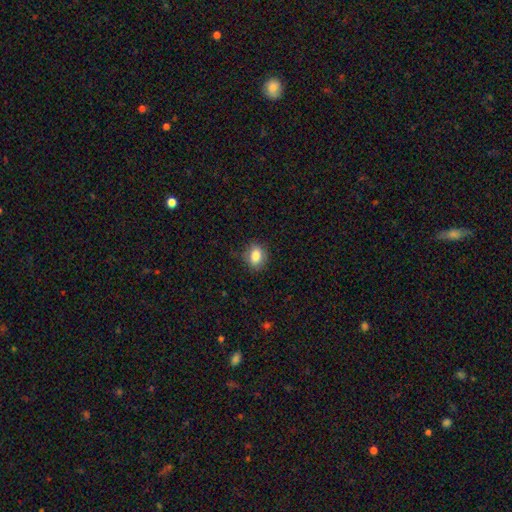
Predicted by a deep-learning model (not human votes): The model was most divided on "how rounded": in between: 66%, round: 33%, cigar-shaped: 2%. More confident: smooth or featured — smooth (84%); merging — none (80%).